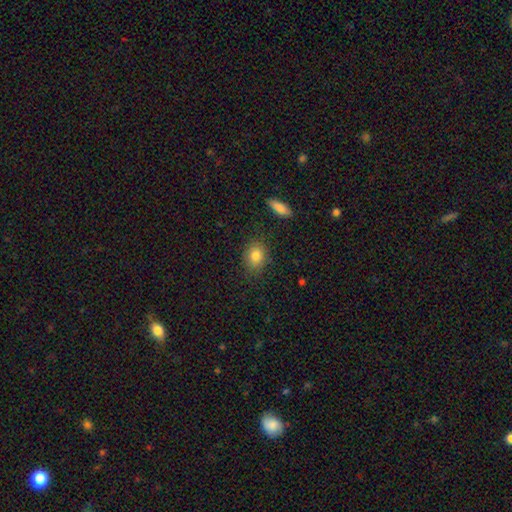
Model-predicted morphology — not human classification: A smooth galaxy with no disk features (84%) that is in between round and cigar-shaped (51%). Merging: none (82%).